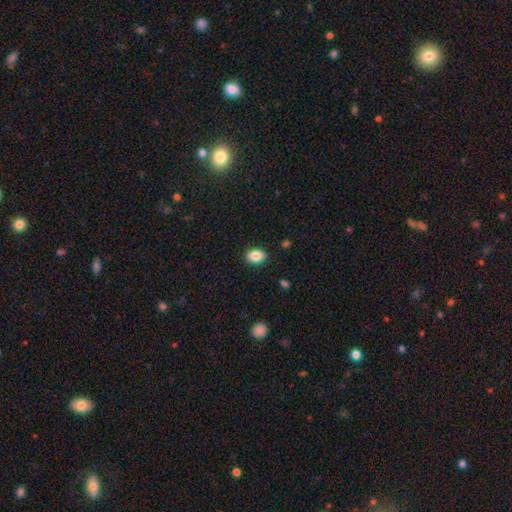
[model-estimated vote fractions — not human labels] This appears to be a smooth galaxy with no disk features (86%) that is in between round and cigar-shaped (78%). Merging: none (89%).